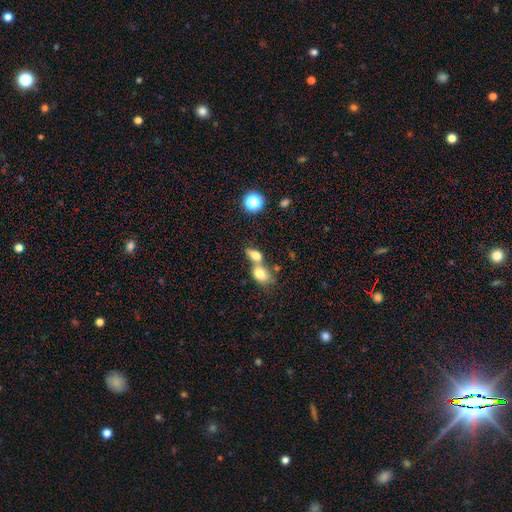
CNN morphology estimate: Smooth or featured? smooth (75%)
How rounded? in between (73%)
Merging? merger (67%)